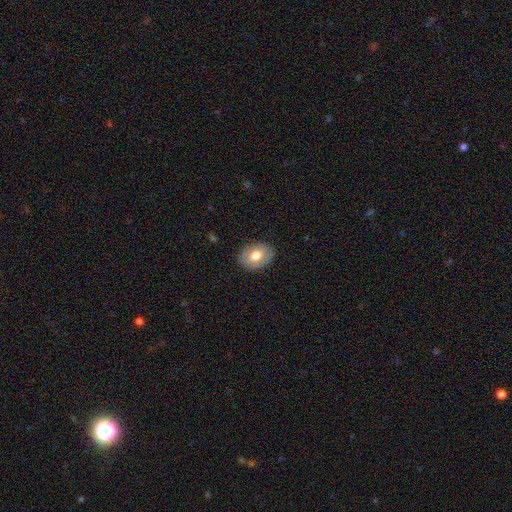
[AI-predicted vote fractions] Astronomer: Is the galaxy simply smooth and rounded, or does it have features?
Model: smooth — 68%.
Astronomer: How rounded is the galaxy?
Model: in between — 75%.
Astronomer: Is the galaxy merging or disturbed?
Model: none — 84%.